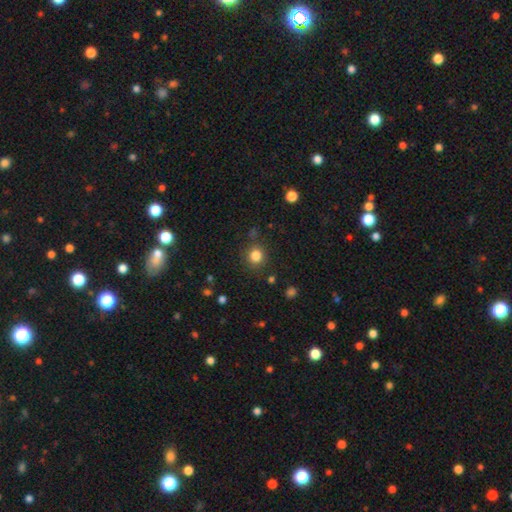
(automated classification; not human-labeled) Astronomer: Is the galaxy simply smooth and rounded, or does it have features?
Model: smooth — 83%.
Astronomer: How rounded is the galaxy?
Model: round — 89%.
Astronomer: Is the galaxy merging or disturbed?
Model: none — 84%.